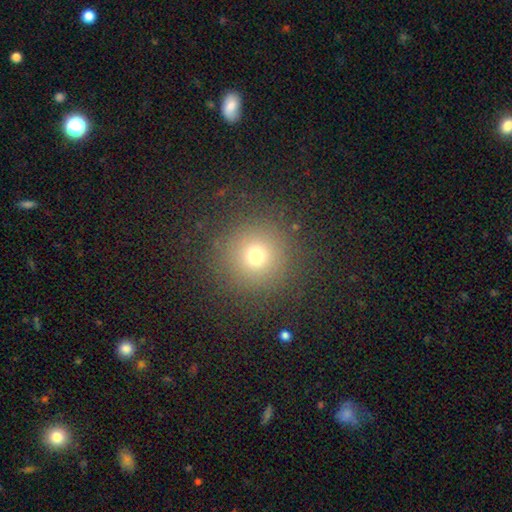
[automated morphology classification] This is likely a smooth galaxy (72%). How rounded: clearly round (95%). Merging: clearly none (88%).